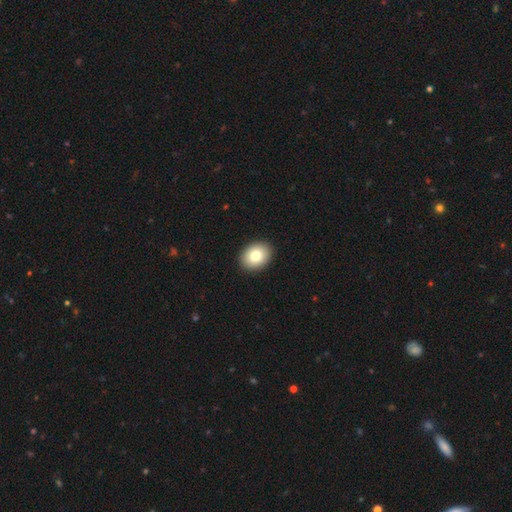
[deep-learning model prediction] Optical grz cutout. It shows a smooth galaxy with no disk features (80%) that is in between round and cigar-shaped (59%). Merging: none (91%).